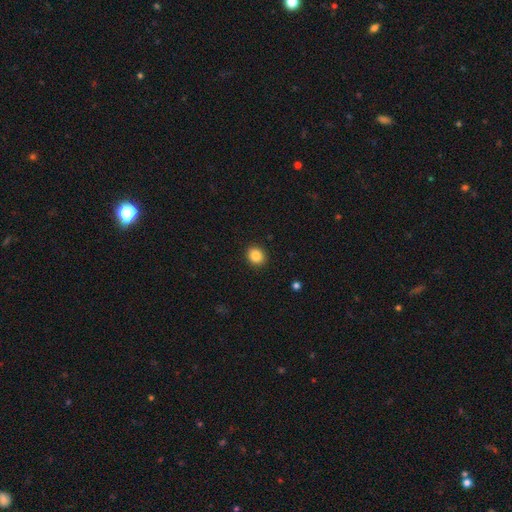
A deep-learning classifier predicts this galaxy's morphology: Q: Smooth or featured?
A: smooth (86%); runner-up: star or artifact (10%)
Q: How rounded?
A: round (79%); runner-up: in between (21%)
Q: Merging?
A: none (91%); runner-up: minor disturbance (6%)